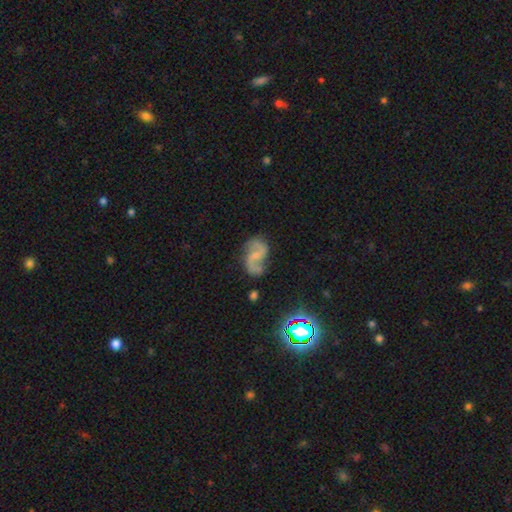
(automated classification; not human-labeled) Smooth or featured? featured or disk (82%)
Edge-on disk? no (98%)
Bar? weak (47%)
Spiral arms? yes (95%)
Spiral winding? loose (59%)
Spiral arm count? 2 (92%)
Bulge size? small (49%)
Merging? none (67%)